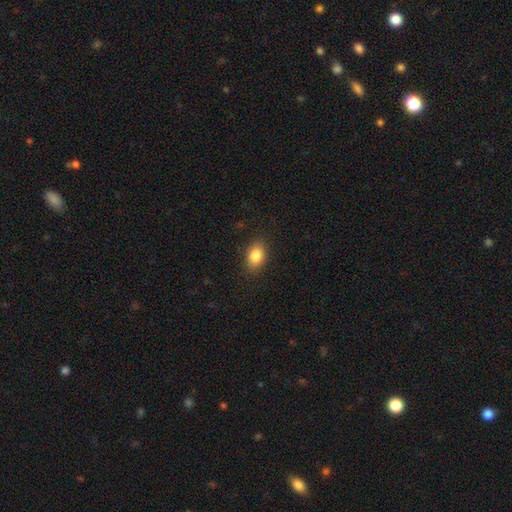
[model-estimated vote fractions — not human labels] Q: Smooth or featured?
A: smooth (85%); runner-up: star or artifact (9%)
Q: How rounded?
A: in between (79%); runner-up: round (20%)
Q: Merging?
A: none (87%); runner-up: minor disturbance (9%)